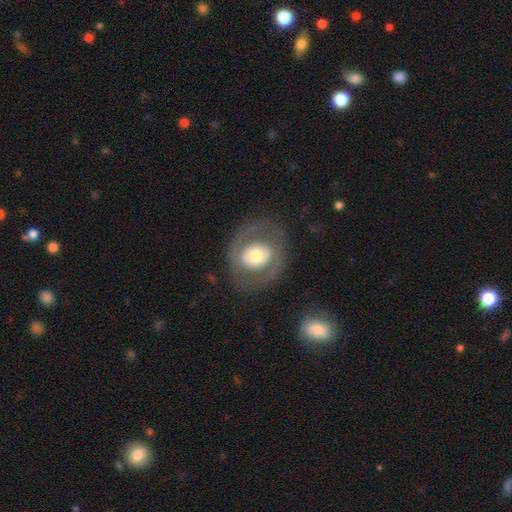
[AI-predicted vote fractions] Smooth or featured?
  - featured or disk: 57% *
  - smooth: 37%
  - star or artifact: 6%
Edge-on disk?
  - no: 95% *
  - yes: 5%
Bar?
  - no: 74% *
  - weak: 17%
  - strong: 8%
Spiral arms?
  - no: 70% *
  - yes: 30%
Bulge size?
  - moderate: 57% *
  - large: 30%
  - small: 9%
  - dominant: 4%
  - none: 1%
Merging?
  - none: 77% *
  - minor disturbance: 11%
  - major disturbance: 10%
  - merger: 1%